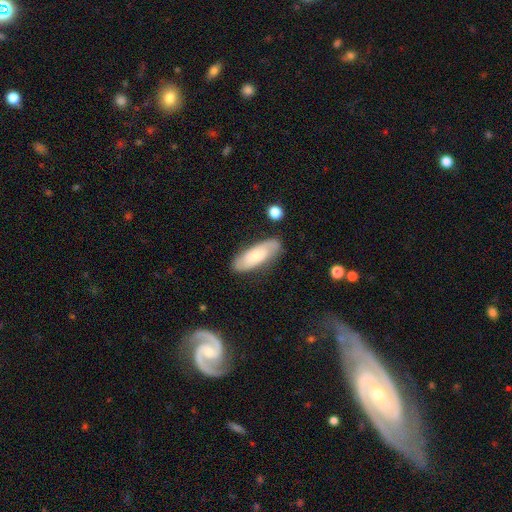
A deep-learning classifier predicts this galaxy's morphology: Smooth or featured: smooth — 50% (featured or disk — 44%)
Merging: none — 78% (minor disturbance — 16%)